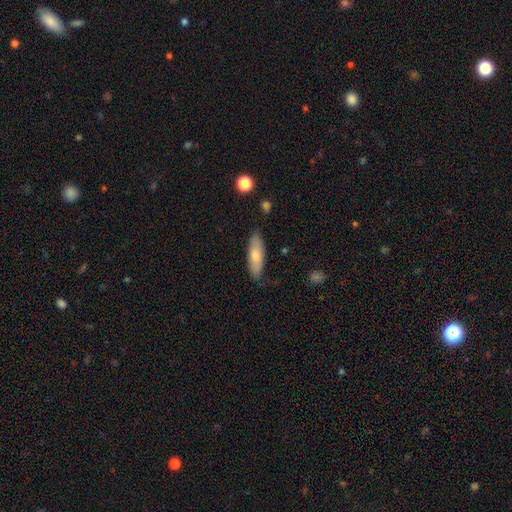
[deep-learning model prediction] Smooth or featured?
  - smooth: 72% *
  - featured or disk: 22%
  - star or artifact: 6%
How rounded?
  - in between: 52% *
  - cigar-shaped: 46%
  - round: 2%
Merging?
  - none: 78% *
  - minor disturbance: 17%
  - major disturbance: 3%
  - merger: 2%